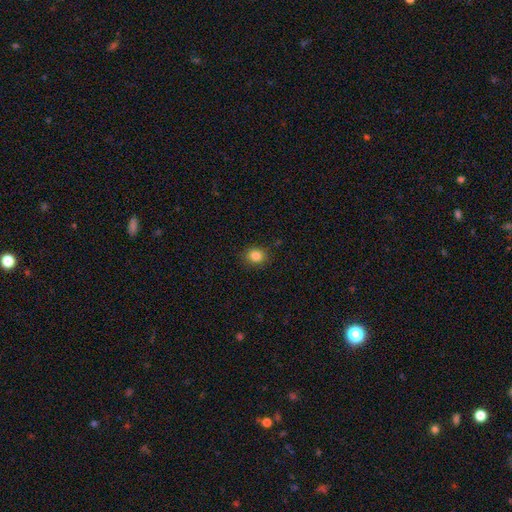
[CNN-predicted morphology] smooth_or_featured: smooth (p=0.84) [alt: star or artifact p=0.11]
how_rounded: round (p=0.75) [alt: in between p=0.24]
merging: none (p=0.88) [alt: minor disturbance p=0.08]